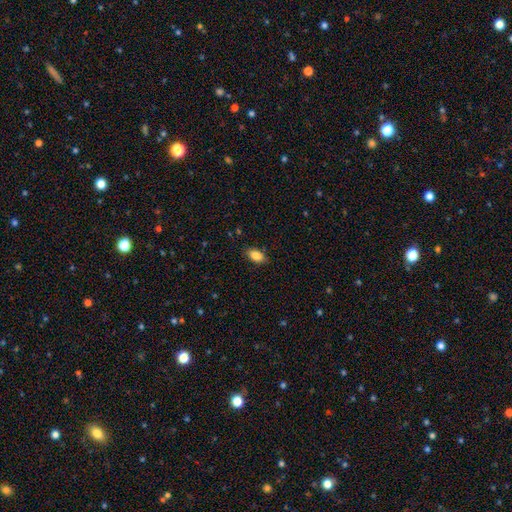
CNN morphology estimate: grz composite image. It shows a smooth galaxy with no disk features (85%) that is in between round and cigar-shaped (90%). Merging: none (85%).